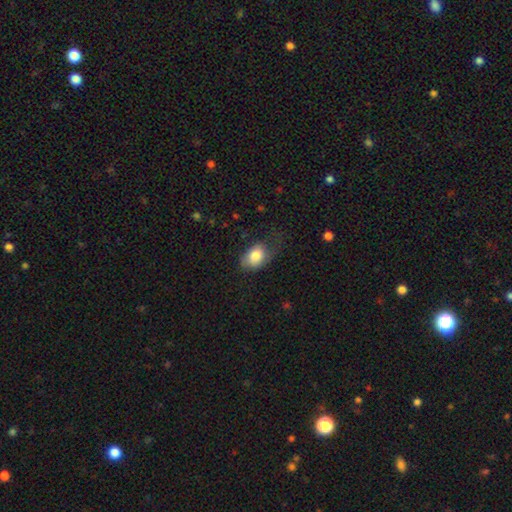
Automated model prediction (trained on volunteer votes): Smooth or featured? Predicted: smooth (p=0.81). How rounded? Predicted: in between (p=0.80). Merging? Predicted: none (p=0.42).